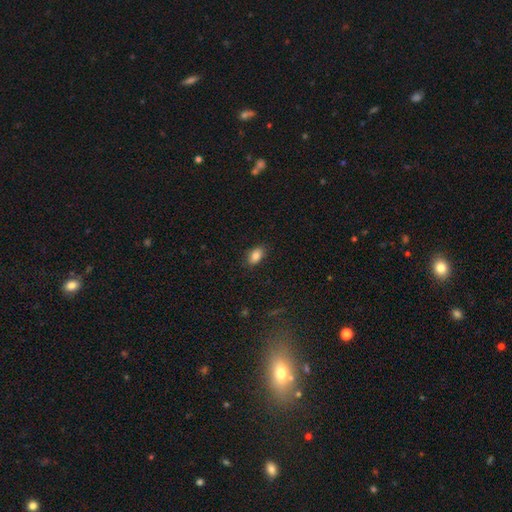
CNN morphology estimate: A smooth galaxy with no disk features (86%) that is in between round and cigar-shaped (89%). Merging: none (84%).